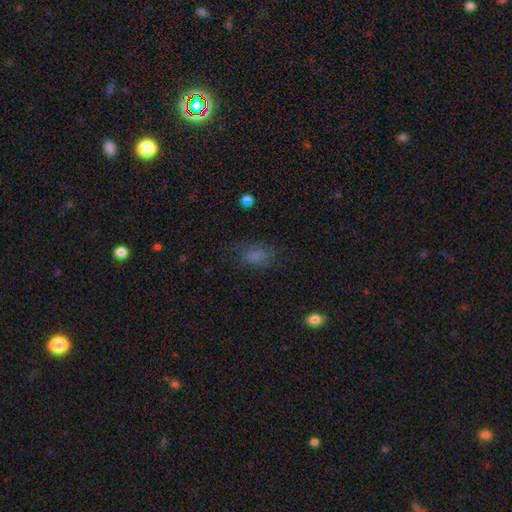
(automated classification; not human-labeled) This appears to be a smooth galaxy with no disk features (74%) that is in between round and cigar-shaped (83%). Merging: none (66%).